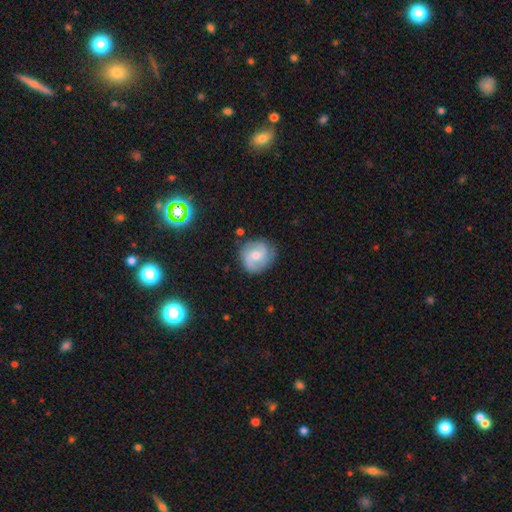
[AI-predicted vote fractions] smooth_or_featured: featured or disk (p=0.62) [alt: smooth p=0.31]
disk_edge_on: no (p=0.98) [alt: yes p=0.02]
bar: weak (p=0.47) [alt: no p=0.45]
has_spiral_arms: yes (p=0.91) [alt: no p=0.09]
spiral_winding: medium (p=0.47) [alt: loose p=0.28]
spiral_arm_count: 2 (p=0.73) [alt: can't tell p=0.12]
bulge_size: moderate (p=0.51) [alt: small p=0.40]
merging: none (p=0.75) [alt: minor disturbance p=0.17]